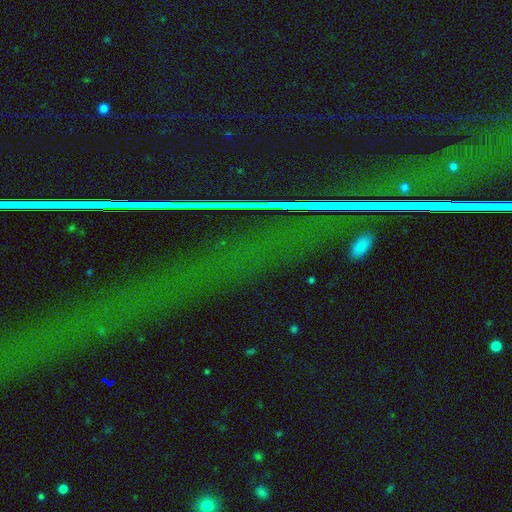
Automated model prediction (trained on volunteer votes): This appears to be a star or artifact, not a galaxy (84%).